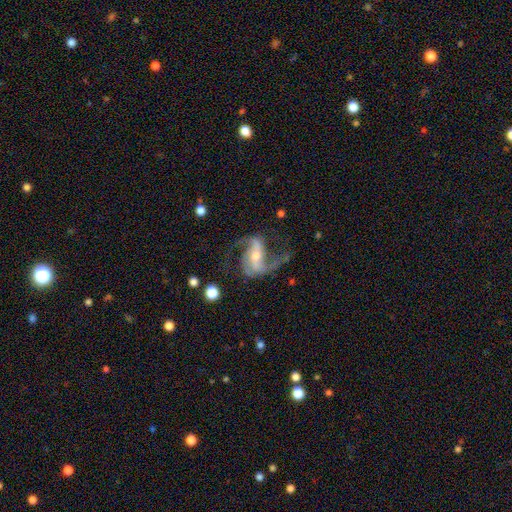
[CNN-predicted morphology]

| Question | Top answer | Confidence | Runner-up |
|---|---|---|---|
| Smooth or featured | featured or disk | 90% | star or artifact (5%) |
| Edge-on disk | no | 97% | yes (3%) |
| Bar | strong | 44% | weak (34%) |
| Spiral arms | yes | 97% | no (3%) |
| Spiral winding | loose | 50% | medium (41%) |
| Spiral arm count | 2 | 87% | 3 (5%) |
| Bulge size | small | 50% | moderate (45%) |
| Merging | none | 65% | major disturbance (16%) |